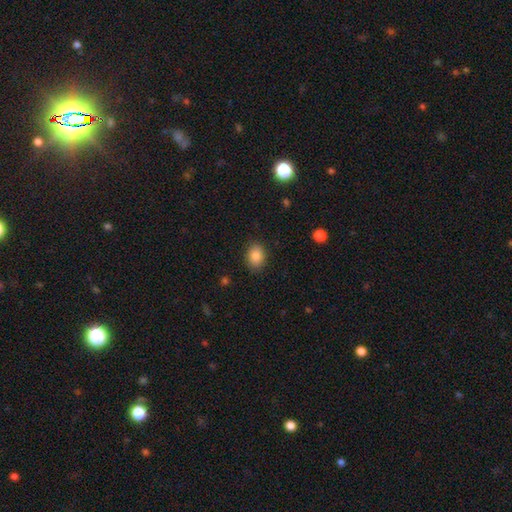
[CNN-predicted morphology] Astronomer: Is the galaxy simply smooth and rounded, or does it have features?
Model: smooth — 86%.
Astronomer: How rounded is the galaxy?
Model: in between — 68%.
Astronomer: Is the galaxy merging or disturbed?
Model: none — 86%.